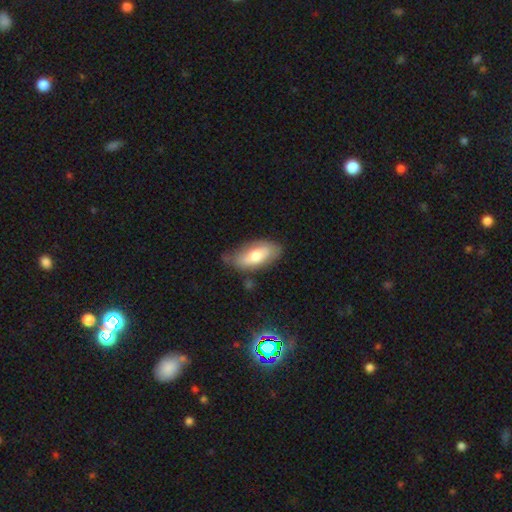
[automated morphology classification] type=smooth (64%); roundness=in between (88%); merging=none (66%).